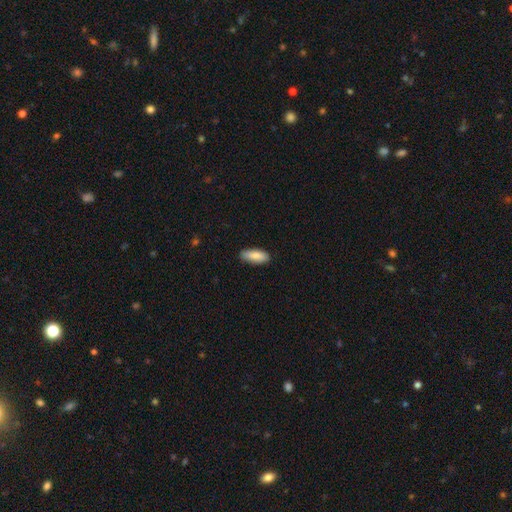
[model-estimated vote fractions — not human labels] Smooth or featured? smooth (85%)
How rounded? in between (74%)
Merging? none (84%)